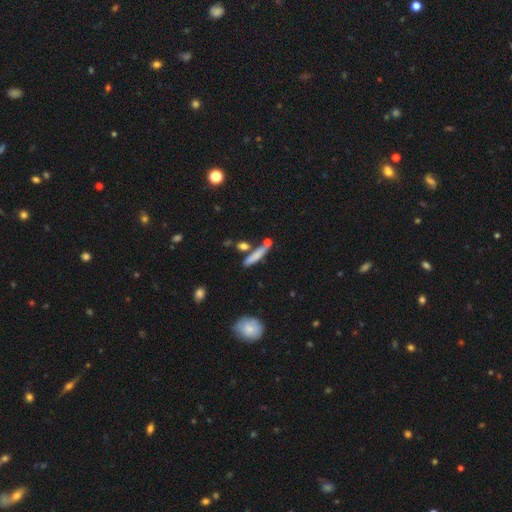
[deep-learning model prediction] Q: Smooth or featured?
A: smooth (72%); runner-up: featured or disk (20%)
Q: How rounded?
A: cigar-shaped (85%); runner-up: in between (12%)
Q: Merging?
A: none (67%); runner-up: merger (15%)